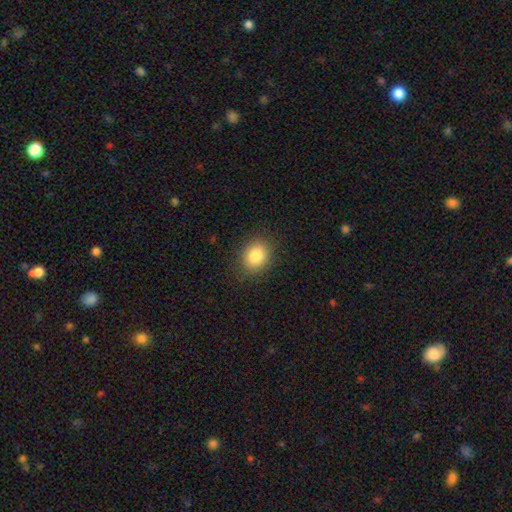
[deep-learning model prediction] This appears to be a smooth galaxy with no disk features (85%) that is round (55%). Merging: none (87%).